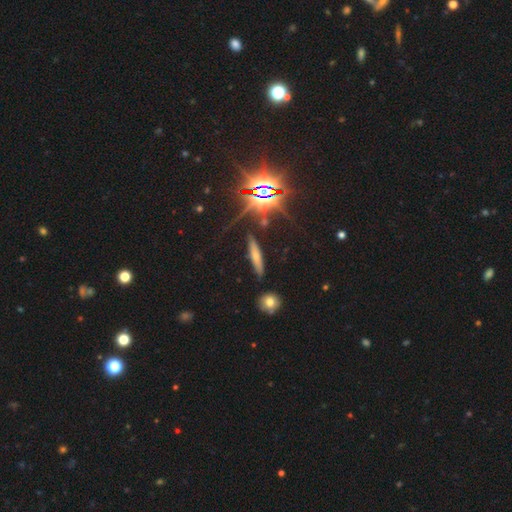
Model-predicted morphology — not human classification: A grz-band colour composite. It shows a smooth galaxy with no disk features (53%) that is cigar-shaped (86%). Merging: none (82%).